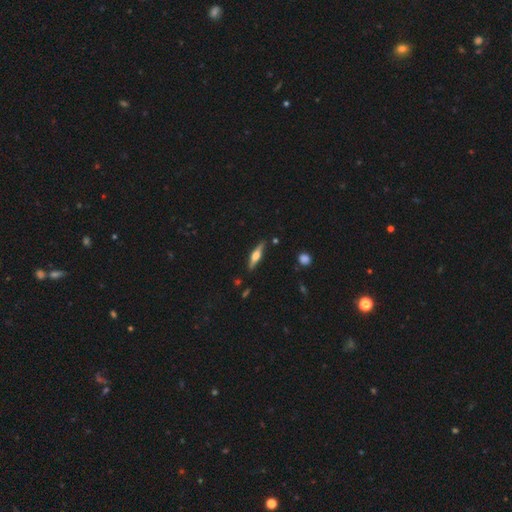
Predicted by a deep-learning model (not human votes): A featured or disk galaxy (60%) viewed edge-on (95%) with a rounded central bulge (88%).

Vote fractions:
- Smooth or featured? featured or disk: 60% / smooth: 34% / star or artifact: 6%
- Edge-on disk? yes: 95% / no: 5%
- Edge-on bulge? rounded: 88% / boxy: 9% / none: 3%
- Merging? none: 85% / minor disturbance: 10% / major disturbance: 2% / merger: 2%